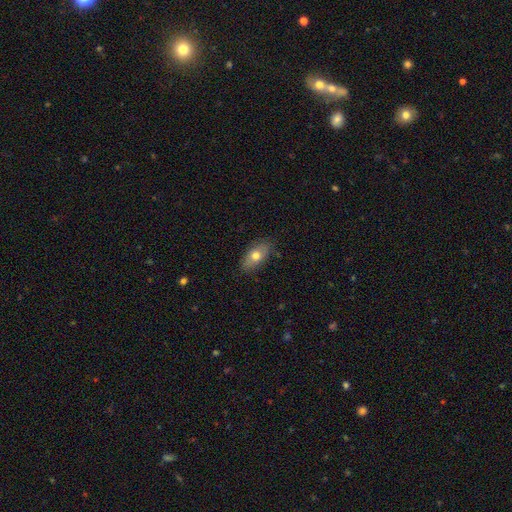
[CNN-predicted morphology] Overall: smooth (70%). How rounded: in between (89%). Merging: none (82%).